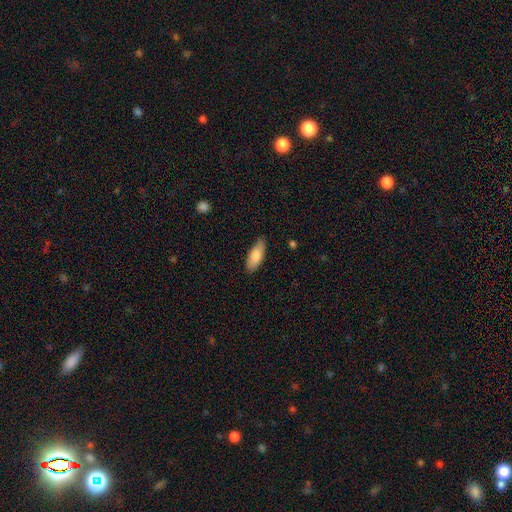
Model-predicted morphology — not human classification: Q: Smooth or featured?
A: smooth (84%); runner-up: featured or disk (10%)
Q: How rounded?
A: in between (74%); runner-up: cigar-shaped (24%)
Q: Merging?
A: none (79%); runner-up: minor disturbance (17%)